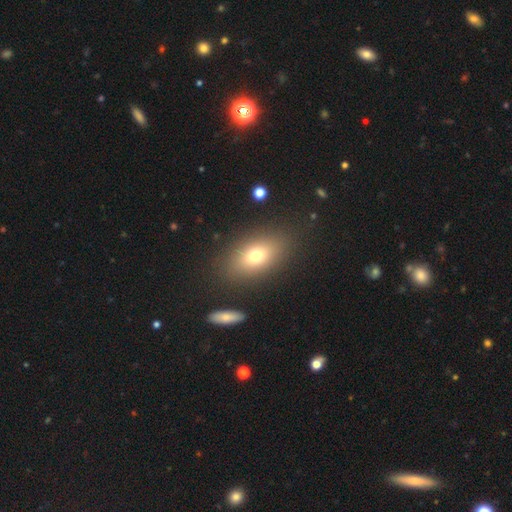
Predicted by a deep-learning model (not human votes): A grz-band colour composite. It shows a smooth galaxy with no disk features (73%) that is in between round and cigar-shaped (82%). Merging: none (83%).